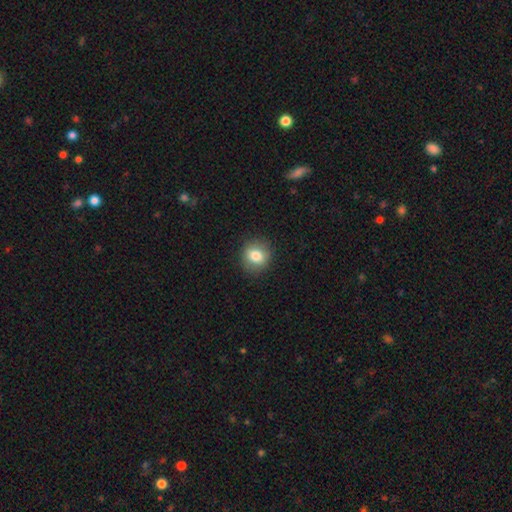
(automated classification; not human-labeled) Smooth or featured: smooth — 81% (featured or disk — 10%)
How rounded: round — 82% (in between — 17%)
Merging: none — 89% (minor disturbance — 8%)